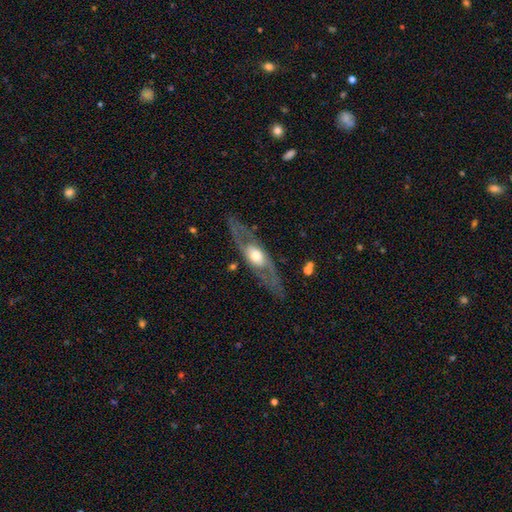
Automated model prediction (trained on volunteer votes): A featured or disk galaxy (76%). Merging: none (79%).